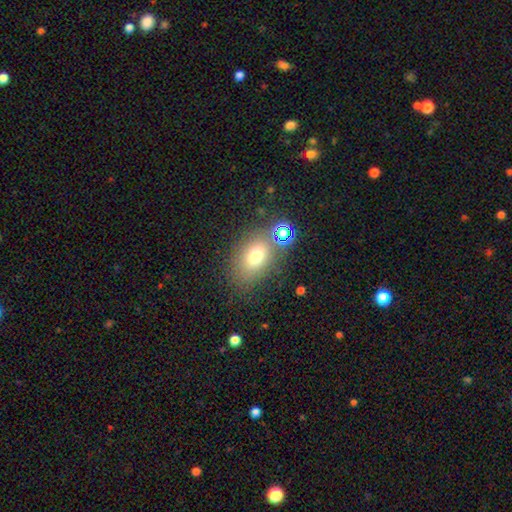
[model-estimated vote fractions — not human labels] A smooth galaxy with no disk features (70%) that is in between round and cigar-shaped (67%). Merging: none (73%).